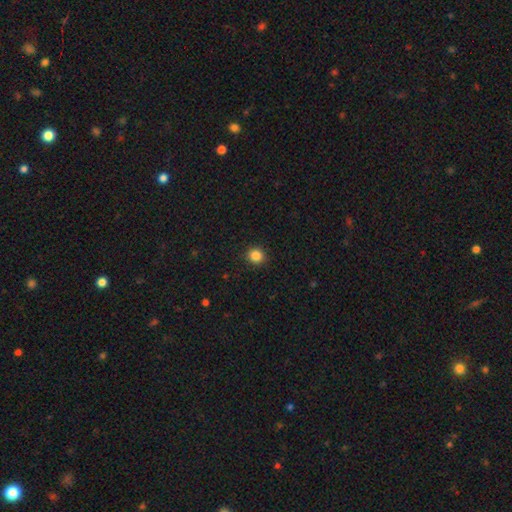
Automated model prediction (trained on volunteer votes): Smooth or featured? Predicted: smooth (p=0.85). How rounded? Predicted: round (p=0.90). Merging? Predicted: none (p=0.92).